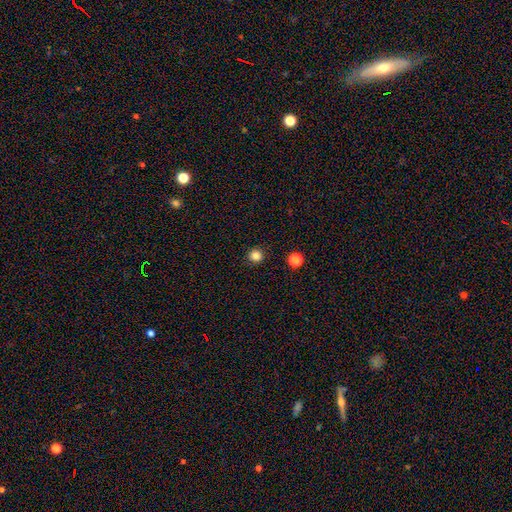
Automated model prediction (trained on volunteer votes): A smooth galaxy with no disk features (83%) that is round (93%). Merging: none (91%).